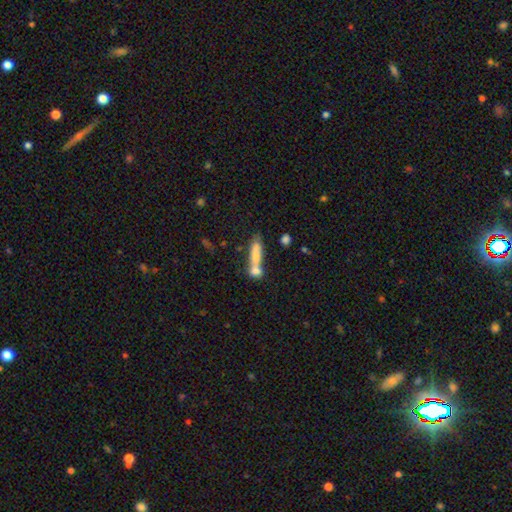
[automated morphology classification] A smooth galaxy with no disk features (70%) that is cigar-shaped (69%).

Vote fractions:
- Smooth or featured? smooth: 70% / featured or disk: 22% / star or artifact: 9%
- How rounded? cigar-shaped: 69% / in between: 27% / round: 4%
- Merging? merger: 49% / none: 34% / minor disturbance: 11% / major disturbance: 6%